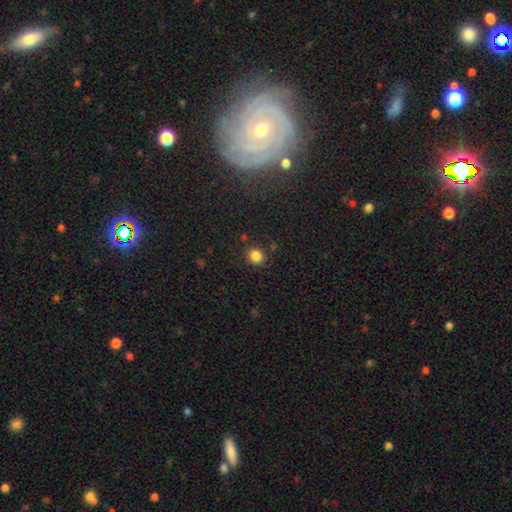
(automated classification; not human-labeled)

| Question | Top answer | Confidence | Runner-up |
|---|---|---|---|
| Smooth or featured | smooth | 84% | star or artifact (12%) |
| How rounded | round | 86% | in between (13%) |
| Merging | none | 86% | minor disturbance (8%) |